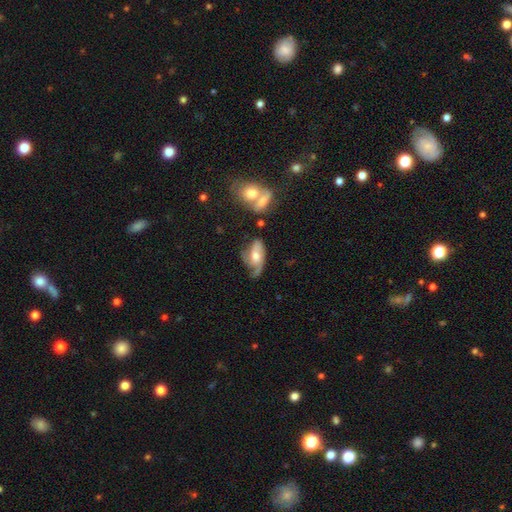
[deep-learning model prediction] Smooth or featured? Predicted: featured or disk (p=0.67). Edge-on disk? Predicted: no (p=0.94). Bar? Predicted: no (p=0.68). Spiral arms? Predicted: yes (p=0.87). Spiral winding? Predicted: medium (p=0.42). Spiral arm count? Predicted: 2 (p=0.34). Bulge size? Predicted: moderate (p=0.63). Merging? Predicted: none (p=0.40).